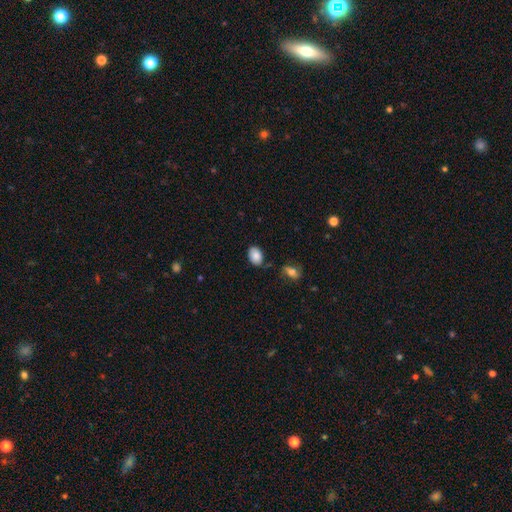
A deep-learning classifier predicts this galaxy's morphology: Q: Smooth or featured?
A: smooth (86%); runner-up: star or artifact (8%)
Q: How rounded?
A: in between (87%); runner-up: round (12%)
Q: Merging?
A: none (73%); runner-up: minor disturbance (19%)